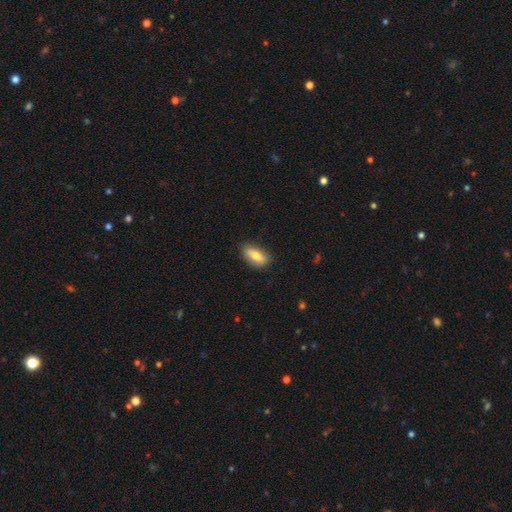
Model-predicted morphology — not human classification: Smooth or featured? smooth (70%)
How rounded? in between (83%)
Merging? none (81%)